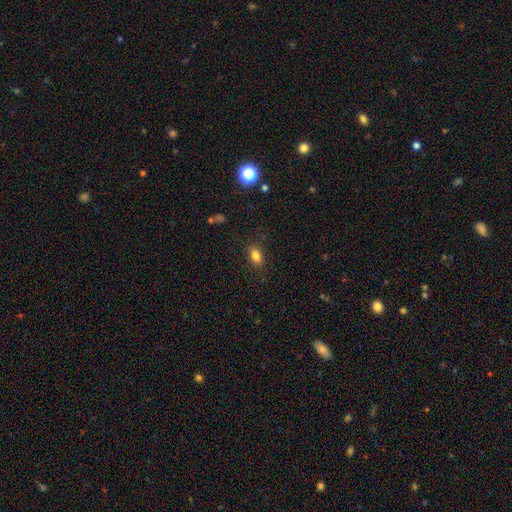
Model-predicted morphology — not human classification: Smooth or featured? Predicted: smooth (p=0.82). How rounded? Predicted: in between (p=0.85). Merging? Predicted: none (p=0.85).